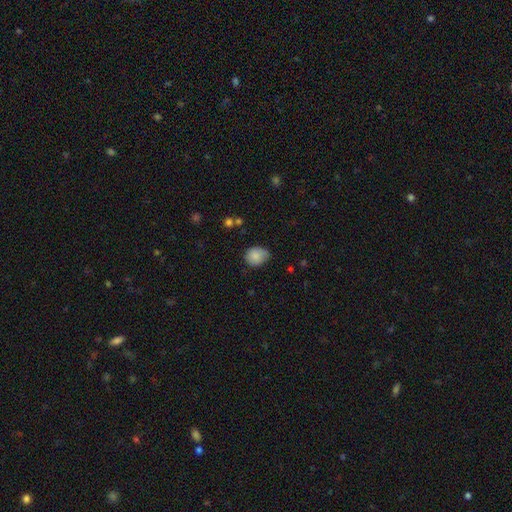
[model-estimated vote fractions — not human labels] Q: Smooth or featured?
A: smooth (84%); runner-up: star or artifact (8%)
Q: How rounded?
A: round (54%); runner-up: in between (45%)
Q: Merging?
A: none (58%); runner-up: minor disturbance (34%)